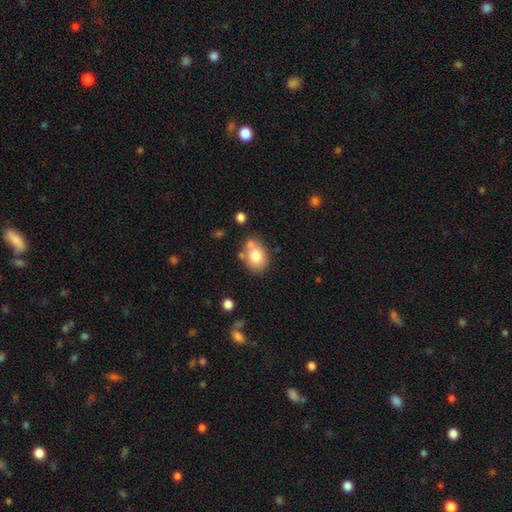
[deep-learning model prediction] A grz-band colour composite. It shows a smooth galaxy with no disk features (77%) that is in between round and cigar-shaped (55%). Merging: none (65%).